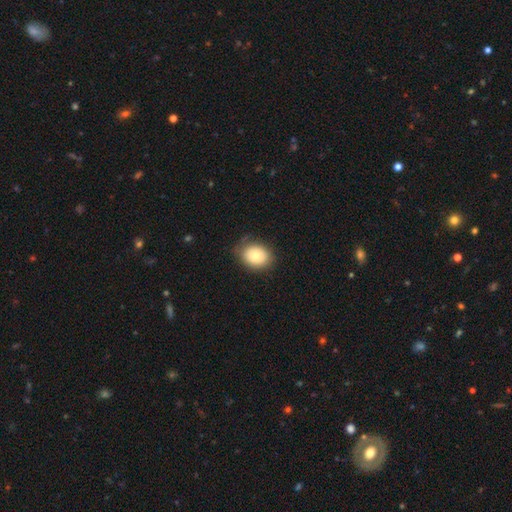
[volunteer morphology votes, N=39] A smooth galaxy with no disk features (79%) that is in between round and cigar-shaped (52%).

Vote fractions:
- Smooth or featured? smooth: 79% / featured or disk: 13% / star or artifact: 8%
- How rounded? in between: 52% / round: 48% / cigar-shaped: 0%
- Merging? none: 75% / minor disturbance: 19% / major disturbance: 6% / merger: 0%